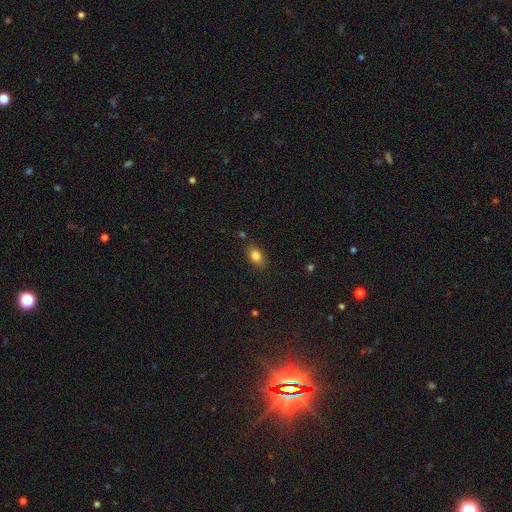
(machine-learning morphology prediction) smooth 82%, star or artifact 10%, featured or disk 8%. Down the decision tree: how rounded — in between (80%); merging — none (83%).